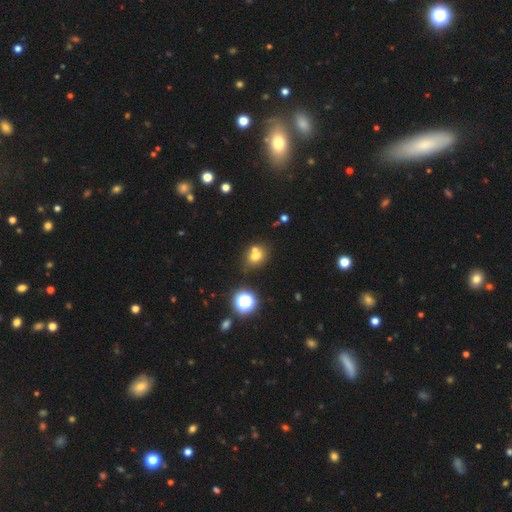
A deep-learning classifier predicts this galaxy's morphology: The model was most divided on "merging": none: 50%, merger: 34%, minor disturbance: 11%, major disturbance: 4%. More confident: smooth or featured — smooth (66%); how rounded — round (59%).